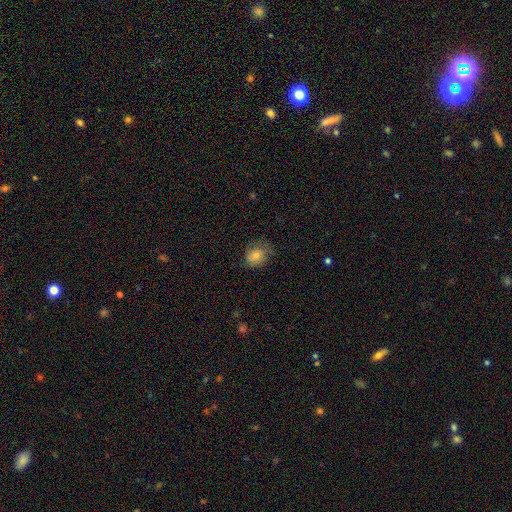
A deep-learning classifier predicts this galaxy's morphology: type=smooth (74%); roundness=round (60%); merging=none (56%).